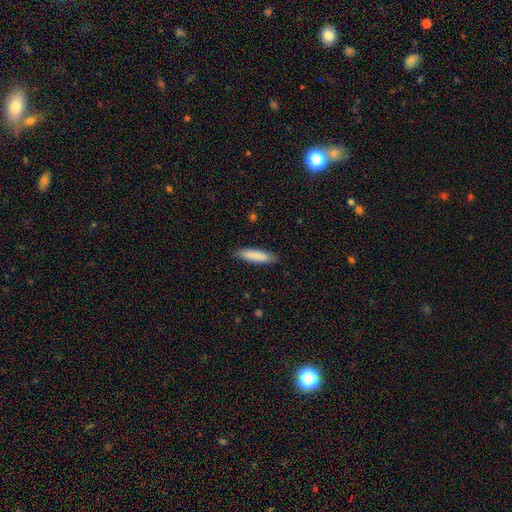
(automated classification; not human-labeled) Overall: smooth (86%). How rounded: cigar-shaped (76%). Merging: none (88%).